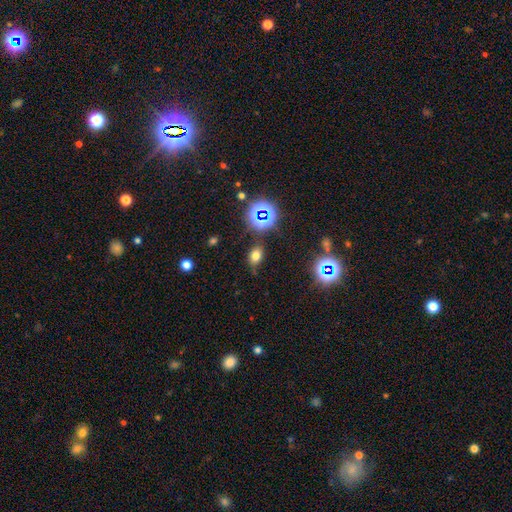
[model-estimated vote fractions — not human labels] Smooth or featured? Predicted: smooth (p=0.68). How rounded? Predicted: in between (p=0.73). Merging? Predicted: none (p=0.80).